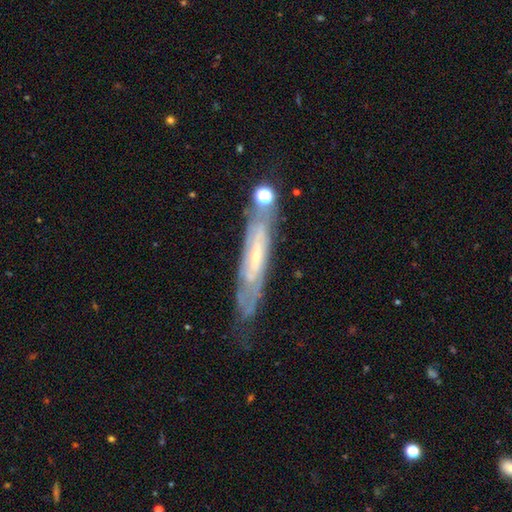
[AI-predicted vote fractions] Smooth or featured: featured or disk — 76% (smooth — 17%)
Edge-on disk: no — 57% (yes — 43%)
Merging: none — 66% (minor disturbance — 21%)